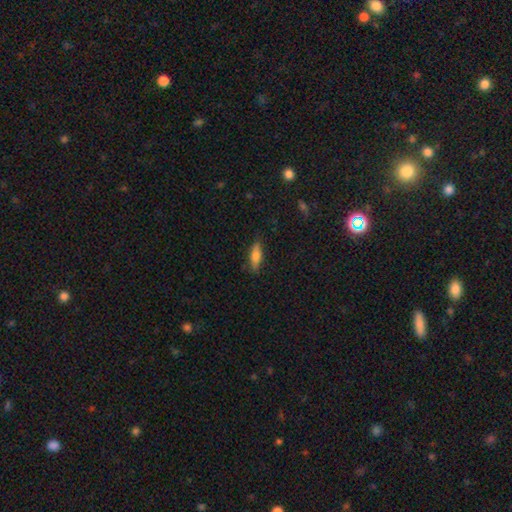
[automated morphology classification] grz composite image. It shows a smooth galaxy with no disk features (73%) that is in between round and cigar-shaped (50%). Merging: none (82%).